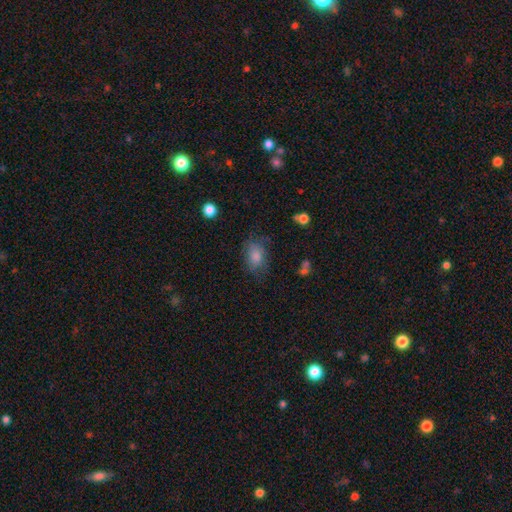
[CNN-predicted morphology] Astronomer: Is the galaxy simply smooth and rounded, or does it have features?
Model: smooth — 78%.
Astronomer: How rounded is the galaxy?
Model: in between — 80%.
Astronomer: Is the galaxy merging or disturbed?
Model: none — 61%.